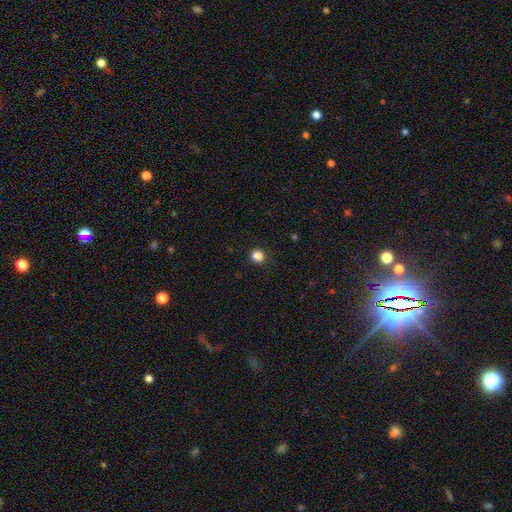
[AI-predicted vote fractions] Smooth or featured: smooth — 86% (star or artifact — 11%)
How rounded: round — 81% (in between — 19%)
Merging: none — 89% (minor disturbance — 8%)